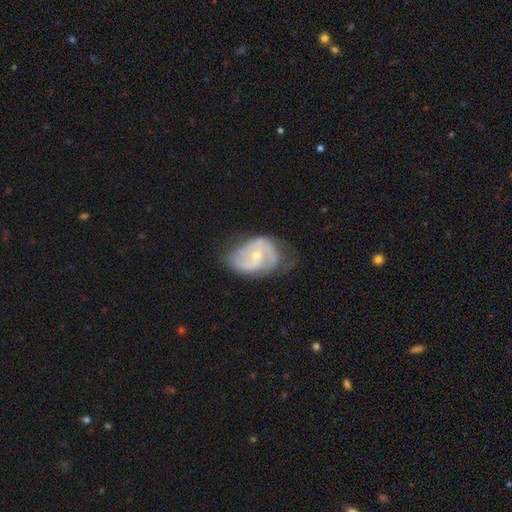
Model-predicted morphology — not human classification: smooth_or_featured: featured or disk (p=0.79) [alt: smooth p=0.15]
disk_edge_on: no (p=0.97) [alt: yes p=0.03]
bar: no (p=0.55) [alt: weak p=0.37]
has_spiral_arms: yes (p=0.91) [alt: no p=0.09]
spiral_winding: medium (p=0.48) [alt: tight p=0.30]
spiral_arm_count: 2 (p=0.67) [alt: can't tell p=0.16]
bulge_size: small (p=0.60) [alt: moderate p=0.37]
merging: none (p=0.54) [alt: minor disturbance p=0.30]